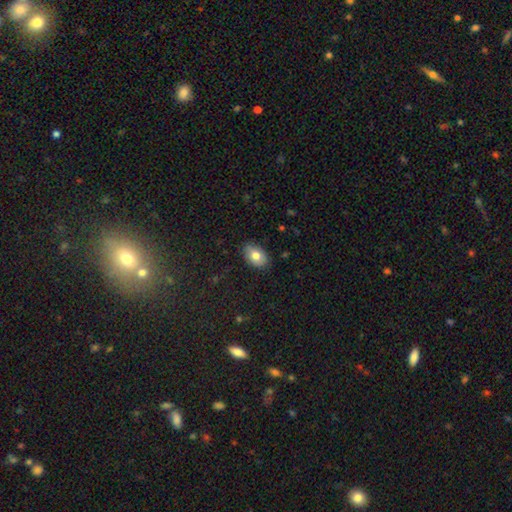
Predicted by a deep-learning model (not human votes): smooth 78%, featured or disk 14%, star or artifact 8%. Down the decision tree: how rounded — in between (87%); merging — none (83%).